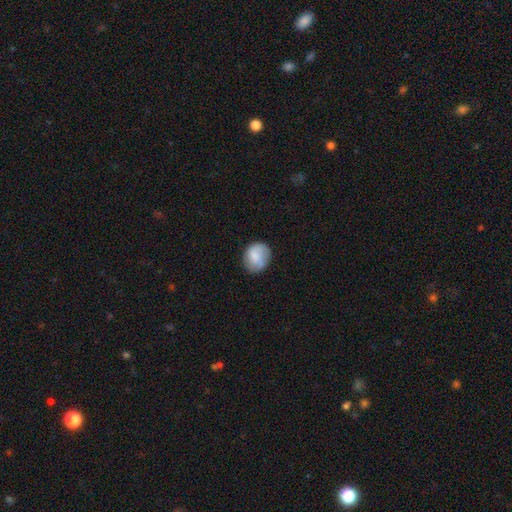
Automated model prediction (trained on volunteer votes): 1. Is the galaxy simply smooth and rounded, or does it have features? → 76% smooth, 17% featured or disk, 7% star or artifact.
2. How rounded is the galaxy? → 65% round, 34% in between, 1% cigar-shaped.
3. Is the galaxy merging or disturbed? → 75% none, 19% minor disturbance, 5% major disturbance, 1% merger.